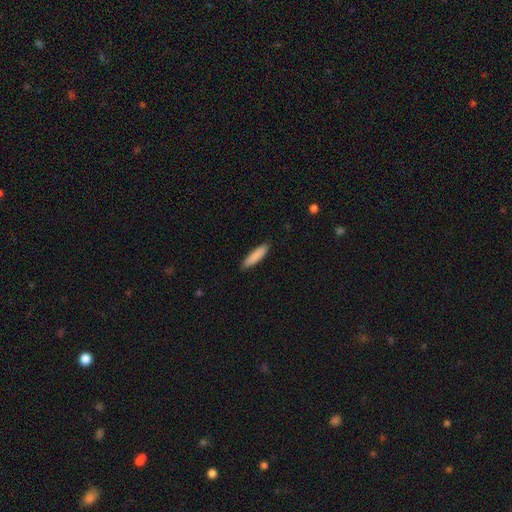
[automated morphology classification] Smooth or featured? smooth (87%)
How rounded? cigar-shaped (79%)
Merging? none (88%)